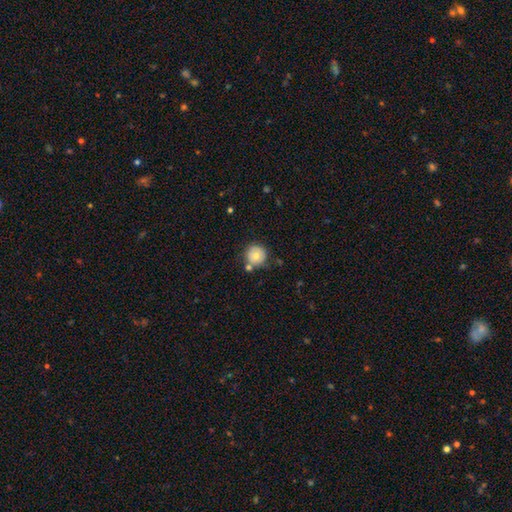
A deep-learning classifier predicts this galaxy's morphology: Smooth or featured? smooth (71%)
How rounded? round (93%)
Merging? none (71%)